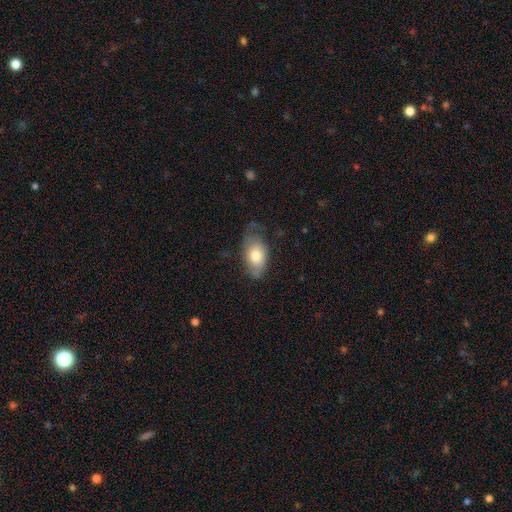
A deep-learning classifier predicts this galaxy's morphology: Q: Smooth or featured?
A: smooth (68%); runner-up: featured or disk (25%)
Q: How rounded?
A: in between (91%); runner-up: round (6%)
Q: Merging?
A: none (48%); runner-up: minor disturbance (33%)